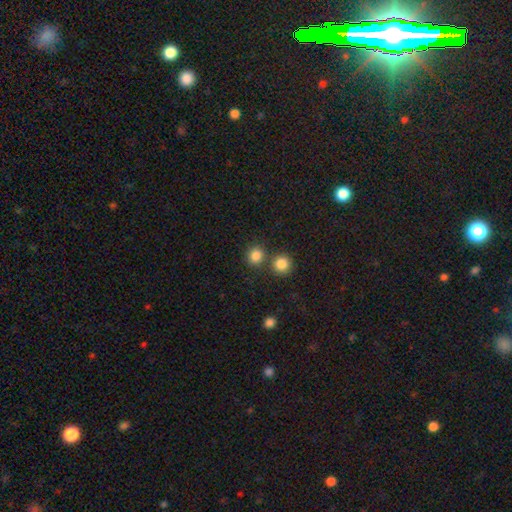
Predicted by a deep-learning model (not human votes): A smooth galaxy with no disk features (83%) that is round (82%).

Vote fractions:
- Smooth or featured? smooth: 83% / star or artifact: 12% / featured or disk: 5%
- How rounded? round: 82% / in between: 17% / cigar-shaped: 1%
- Merging? none: 70% / merger: 20% / minor disturbance: 8% / major disturbance: 3%